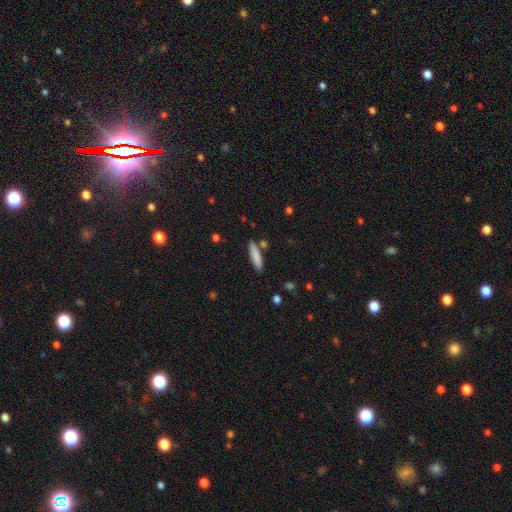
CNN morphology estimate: The model was most divided on "how rounded": cigar-shaped: 80%, in between: 18%, round: 1%. More confident: merging — none (84%); smooth or featured — smooth (83%).